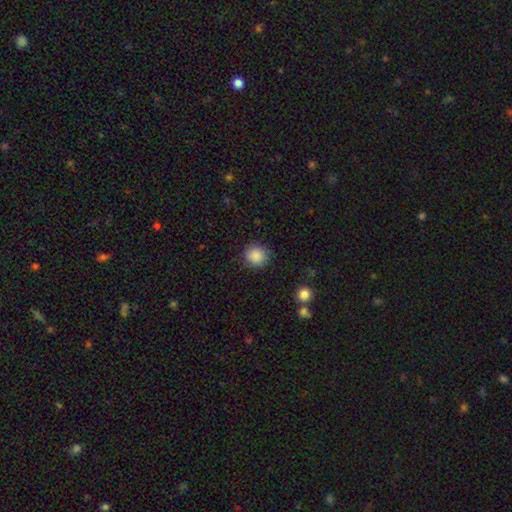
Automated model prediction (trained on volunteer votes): This appears to be a smooth galaxy with no disk features (87%) that is round (91%). Merging: none (85%).